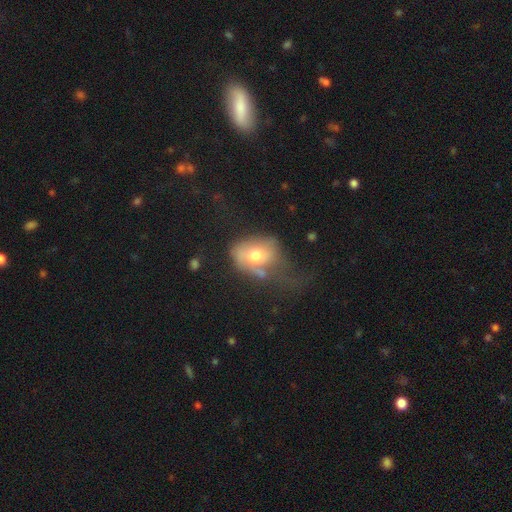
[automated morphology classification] Smooth or featured: smooth — 59% (featured or disk — 32%)
How rounded: in between — 64% (round — 35%)
Merging: major disturbance — 42% (minor disturbance — 26%)